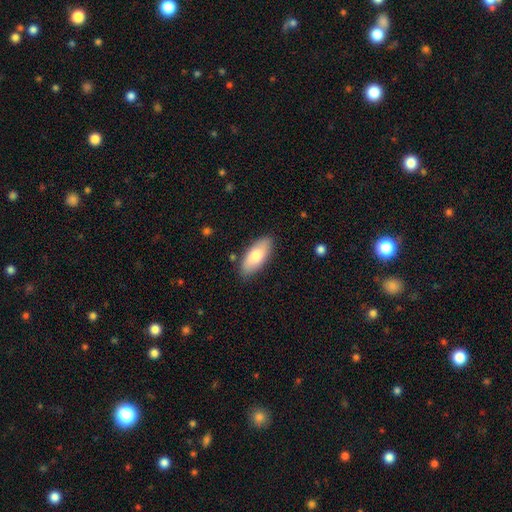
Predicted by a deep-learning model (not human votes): Overall: smooth (77%). How rounded: in between (85%). Merging: none (85%).